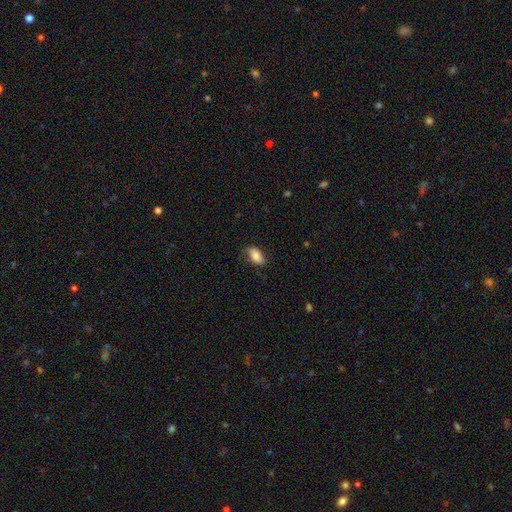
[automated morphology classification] A smooth galaxy with no disk features (78%) that is in between round and cigar-shaped (89%).

Vote fractions:
- Smooth or featured? smooth: 78% / featured or disk: 15% / star or artifact: 7%
- How rounded? in between: 89% / cigar-shaped: 6% / round: 4%
- Merging? none: 73% / minor disturbance: 21% / major disturbance: 5% / merger: 1%